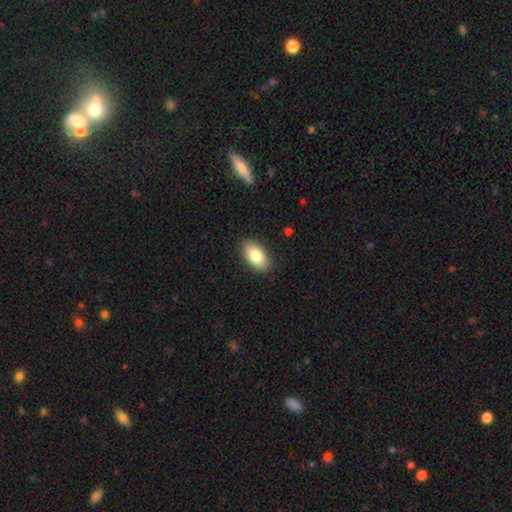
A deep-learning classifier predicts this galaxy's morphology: A smooth galaxy with no disk features (82%) that is in between round and cigar-shaped (93%). Merging: none (89%).